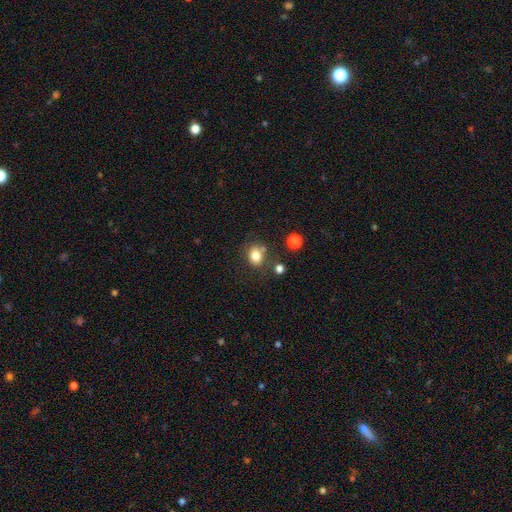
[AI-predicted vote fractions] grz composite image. It shows a smooth galaxy with no disk features (80%) that is round (60%). Merging: none (66%).